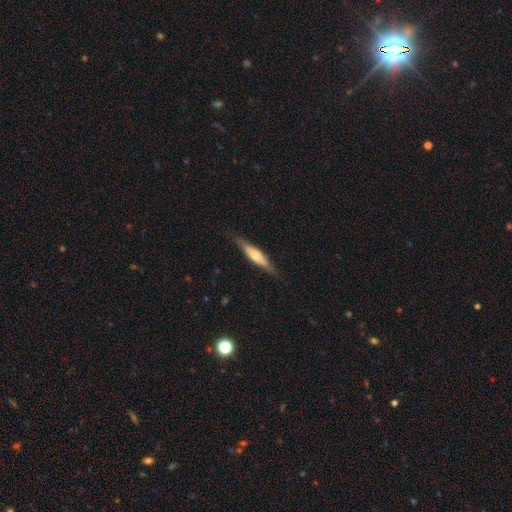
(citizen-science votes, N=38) Volunteers were most divided on "smooth or featured": featured or disk: 50%, smooth: 47%, star or artifact: 3%. More confident: edge-on disk — yes (84%); edge-on bulge — rounded (81%); merging — none (68%).